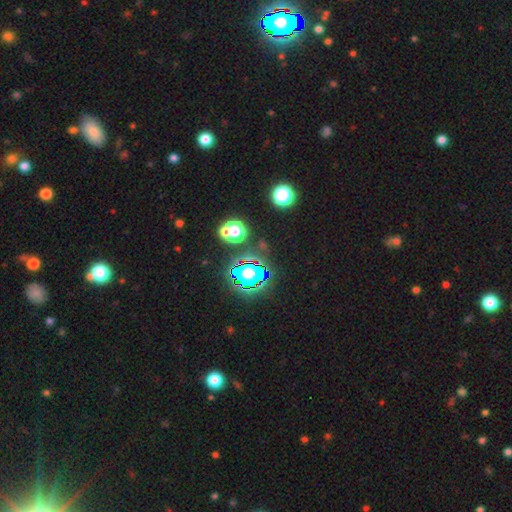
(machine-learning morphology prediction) Q: Smooth or featured?
A: star or artifact (80%); runner-up: smooth (13%)